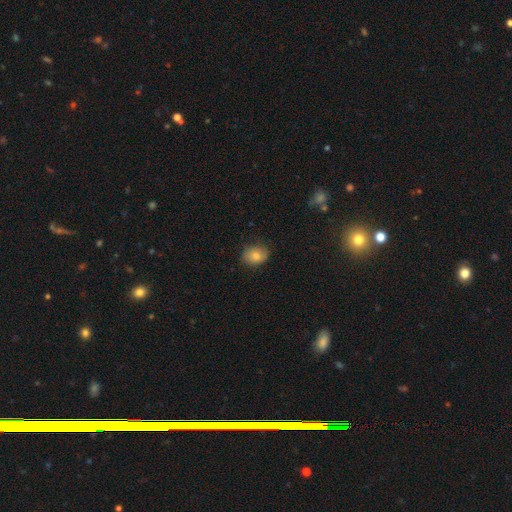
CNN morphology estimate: Smooth or featured?
  - smooth: 80% *
  - featured or disk: 11%
  - star or artifact: 9%
How rounded?
  - in between: 57% *
  - round: 42%
  - cigar-shaped: 1%
Merging?
  - none: 78% *
  - minor disturbance: 17%
  - major disturbance: 3%
  - merger: 1%